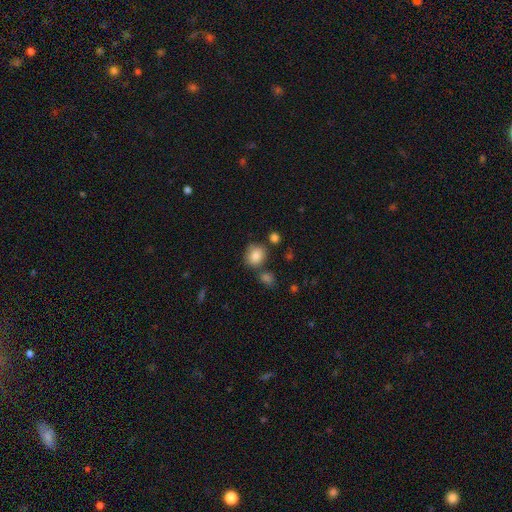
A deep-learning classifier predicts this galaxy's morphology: Smooth or featured? Predicted: smooth (p=0.84). How rounded? Predicted: round (p=0.67). Merging? Predicted: none (p=0.69).